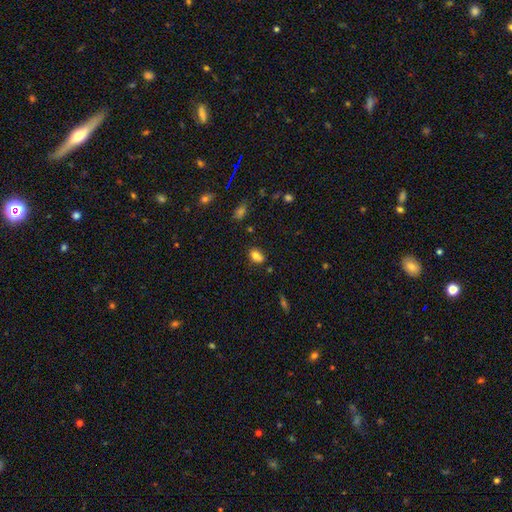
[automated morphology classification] Smooth or featured?
  - smooth: 76% *
  - star or artifact: 13%
  - featured or disk: 11%
How rounded?
  - in between: 66% *
  - round: 32%
  - cigar-shaped: 2%
Merging?
  - none: 51% *
  - minor disturbance: 22%
  - merger: 20%
  - major disturbance: 7%